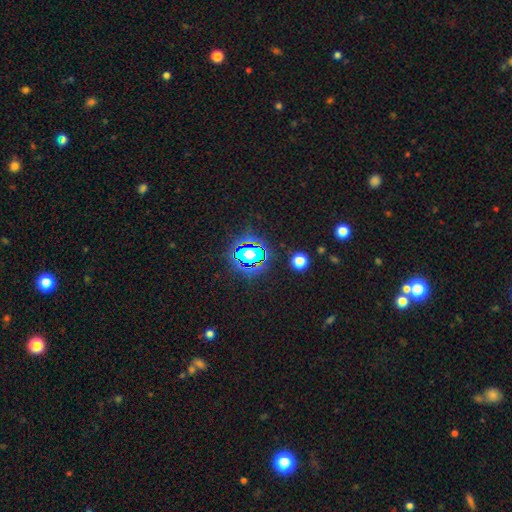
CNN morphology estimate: The model was most divided on "smooth or featured": star or artifact: 80%, smooth: 12%, featured or disk: 7%.